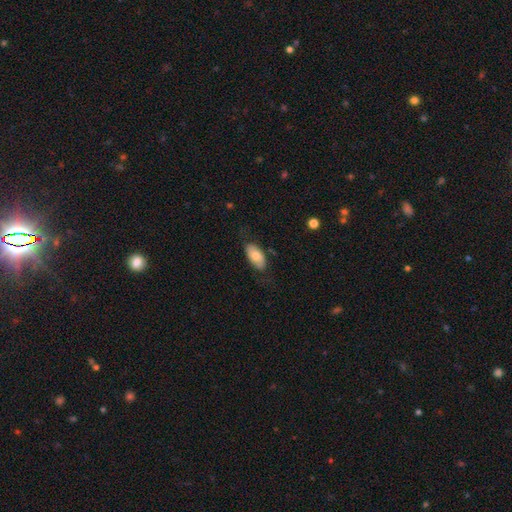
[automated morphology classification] The model was most divided on "smooth or featured": smooth: 72%, featured or disk: 21%, star or artifact: 6%. More confident: how rounded — in between (94%); merging — none (72%).